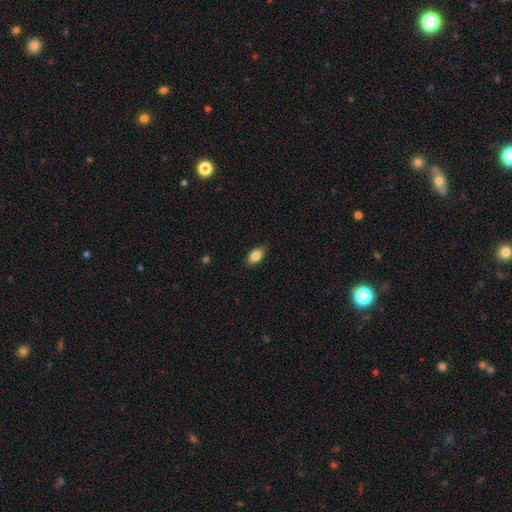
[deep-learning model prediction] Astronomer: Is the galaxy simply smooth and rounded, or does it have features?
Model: smooth — 84%.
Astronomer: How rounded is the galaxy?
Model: in between — 91%.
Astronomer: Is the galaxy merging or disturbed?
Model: none — 86%.